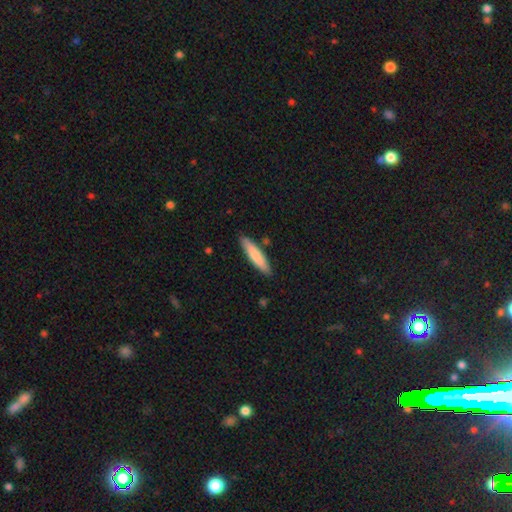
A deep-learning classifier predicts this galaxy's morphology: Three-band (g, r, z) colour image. It shows a smooth galaxy with no disk features (78%) that is cigar-shaped (84%). Merging: none (87%).